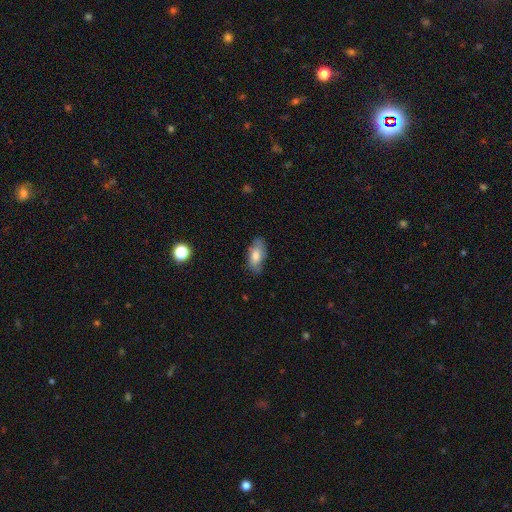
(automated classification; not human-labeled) smooth-or-featured: smooth: 72% | featured or disk: 21% | star or artifact: 7%
  how-rounded: in between: 89% | cigar-shaped: 7% | round: 3%
  merging: none: 74% | minor disturbance: 21% | major disturbance: 4% | merger: 1%